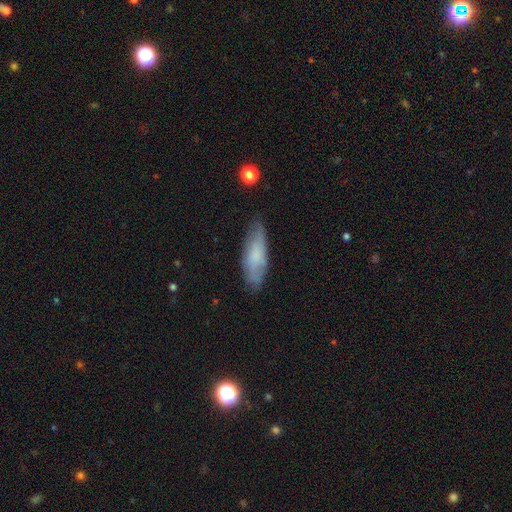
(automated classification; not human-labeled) Morphology: type=smooth (66%); roundness=in between (56%); merging=none (75%).